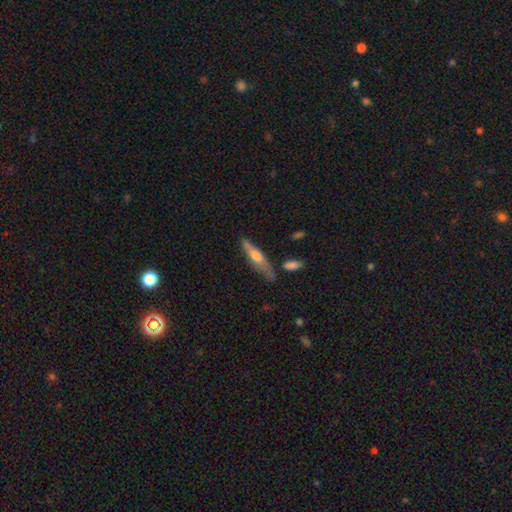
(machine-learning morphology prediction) A featured or disk galaxy (53%) viewed edge-on (87%).

Vote fractions:
- Smooth or featured? featured or disk: 53% / smooth: 41% / star or artifact: 7%
- Edge-on disk? yes: 87% / no: 13%
- Merging? none: 67% / minor disturbance: 21% / merger: 6% / major disturbance: 6%